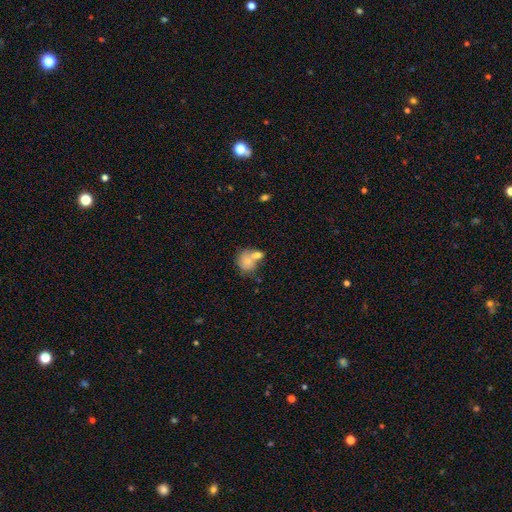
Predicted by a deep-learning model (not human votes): Overall: smooth (66%). How rounded: round (58%; in between 41%). Merging: merger (54%; none 28%).